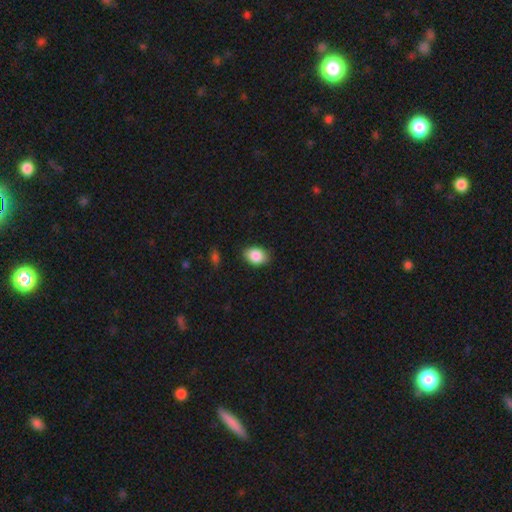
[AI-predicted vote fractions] Smooth or featured?
  - smooth: 87% *
  - star or artifact: 8%
  - featured or disk: 5%
How rounded?
  - in between: 77% *
  - round: 22%
  - cigar-shaped: 1%
Merging?
  - none: 84% *
  - minor disturbance: 12%
  - major disturbance: 2%
  - merger: 1%